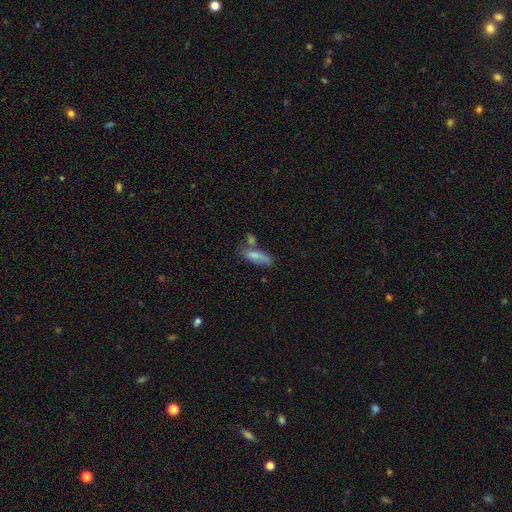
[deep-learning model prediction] The model was most divided on "how rounded": in between: 55%, cigar-shaped: 43%, round: 3%. Remaining: smooth or featured — smooth (78%); merging — none (44%).